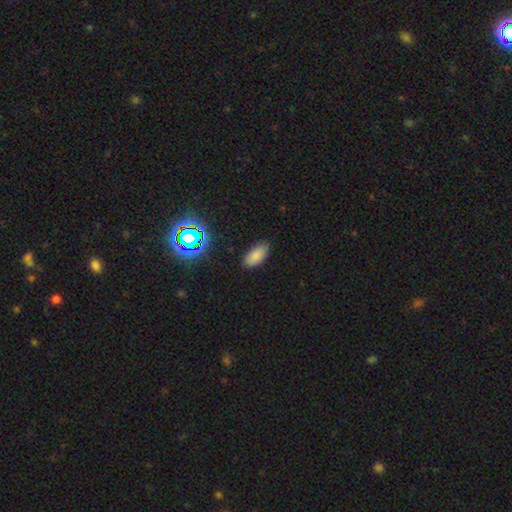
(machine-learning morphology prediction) Overall: smooth (79%). How rounded: in between (92%). Merging: none (84%).